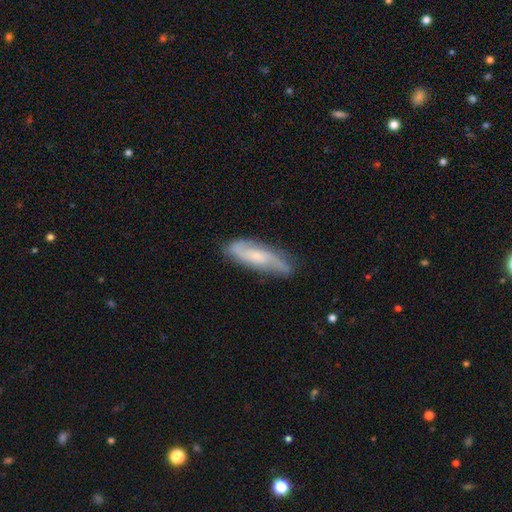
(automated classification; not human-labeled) Smooth or featured? Predicted: featured or disk (p=0.71). Edge-on disk? Predicted: no (p=0.84). Bar? Predicted: no (p=0.58). Spiral arms? Predicted: yes (p=0.93). Spiral winding? Predicted: medium (p=0.45). Spiral arm count? Predicted: 2 (p=0.70). Bulge size? Predicted: small (p=0.57). Merging? Predicted: none (p=0.74).